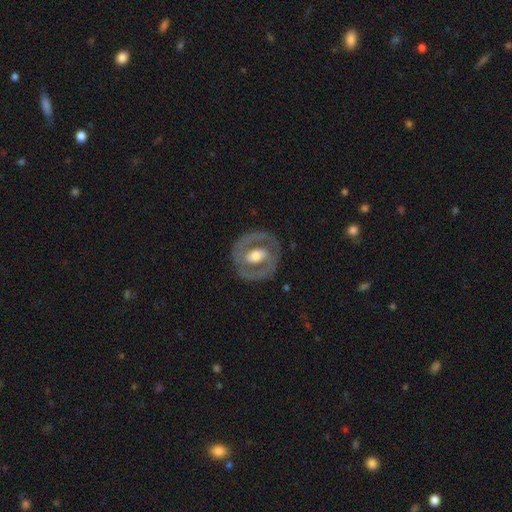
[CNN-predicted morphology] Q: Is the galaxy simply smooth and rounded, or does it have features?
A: featured or disk — 73%.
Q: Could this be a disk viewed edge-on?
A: no — 96%.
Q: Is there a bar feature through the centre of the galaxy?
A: weak — 36%.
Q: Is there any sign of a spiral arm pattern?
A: yes — 52%.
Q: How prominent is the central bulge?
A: moderate — 63%.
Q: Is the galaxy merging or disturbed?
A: none — 81%.